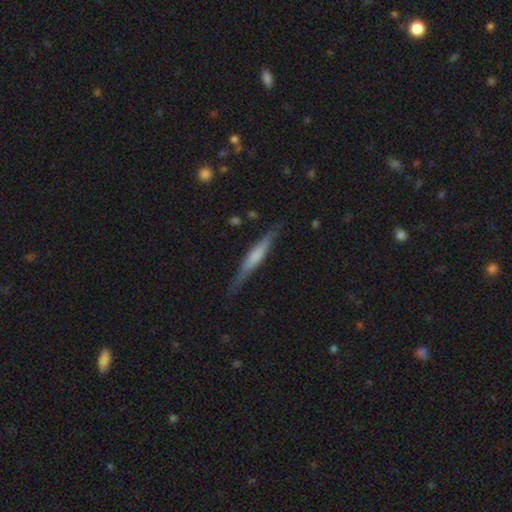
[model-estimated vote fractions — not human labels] smooth_or_featured: featured or disk (p=0.54) [alt: smooth p=0.40]
disk_edge_on: yes (p=0.96) [alt: no p=0.04]
edge_on_bulge: rounded (p=0.39) [alt: none p=0.32]
merging: none (p=0.83) [alt: minor disturbance p=0.12]